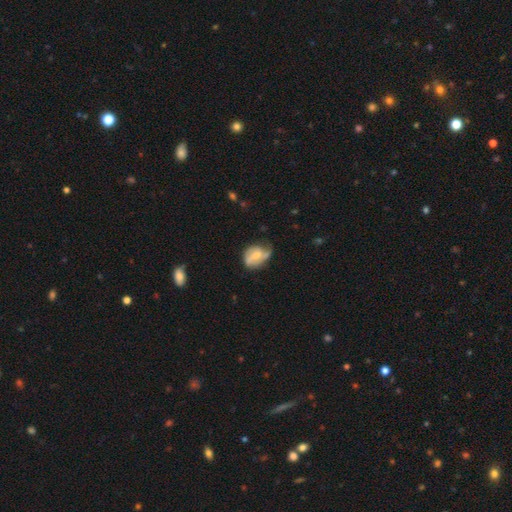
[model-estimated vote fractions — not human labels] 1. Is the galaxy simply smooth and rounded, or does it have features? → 60% featured or disk, 33% smooth, 7% star or artifact.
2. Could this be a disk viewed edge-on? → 97% no, 3% yes.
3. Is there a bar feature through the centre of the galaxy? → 51% no, 39% weak, 10% strong.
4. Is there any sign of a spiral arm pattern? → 85% yes, 15% no.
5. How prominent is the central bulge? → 43% small, 39% moderate, 13% none, 4% large, 1% dominant.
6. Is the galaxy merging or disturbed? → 46% none, 33% minor disturbance, 19% major disturbance, 3% merger.